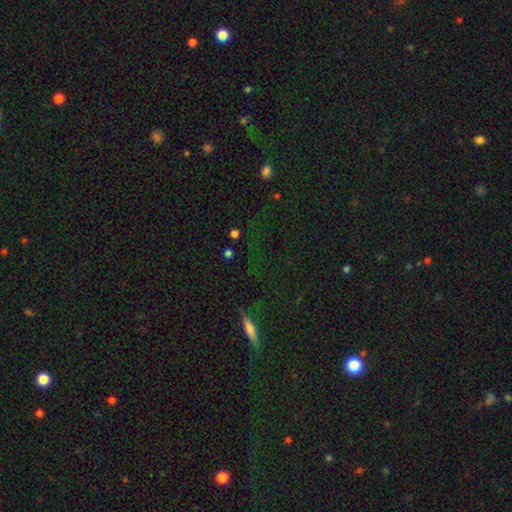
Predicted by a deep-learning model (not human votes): This is possibly a star or artifact rather than a galaxy (56%).